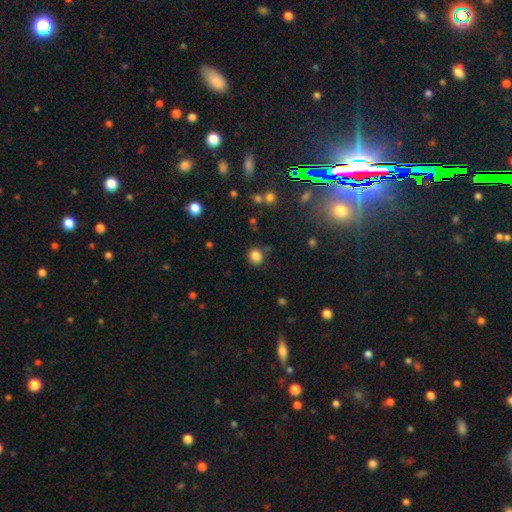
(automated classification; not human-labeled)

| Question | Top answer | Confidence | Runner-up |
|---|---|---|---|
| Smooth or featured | smooth | 84% | star or artifact (12%) |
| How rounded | round | 87% | in between (12%) |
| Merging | none | 83% | minor disturbance (11%) |